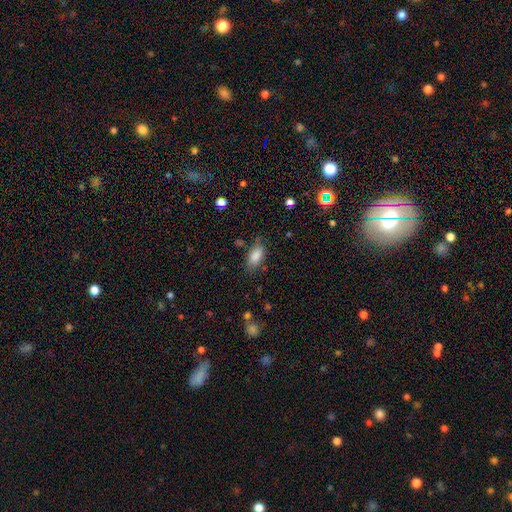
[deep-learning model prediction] This appears to be a smooth galaxy with no disk features (86%) that is in between round and cigar-shaped (90%). Merging: none (73%).